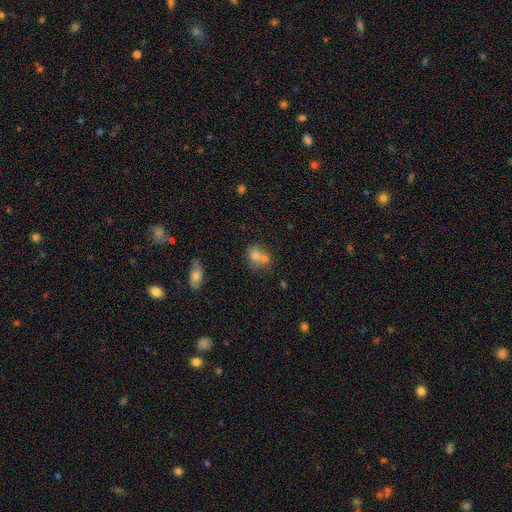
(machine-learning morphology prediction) The model was most divided on "merging": merger: 52%, none: 34%, minor disturbance: 10%, major disturbance: 4%. More confident: smooth or featured — smooth (69%); how rounded — round (60%).